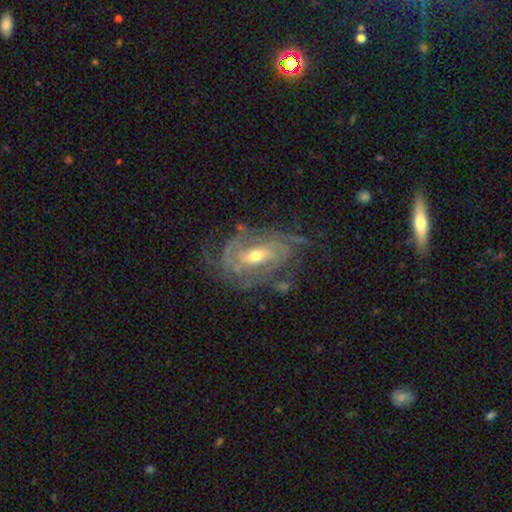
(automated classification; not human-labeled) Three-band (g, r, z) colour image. It shows a featured or disk galaxy (88%) with no bar (42%), tight (60%) spiral arms (94%) and a moderate central bulge (57%). Merging: none (63%).